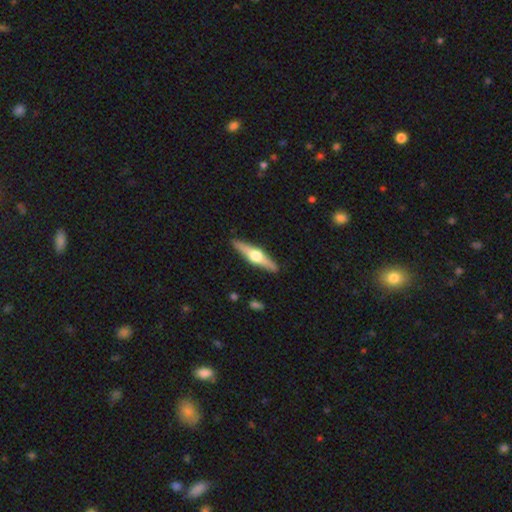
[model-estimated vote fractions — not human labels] A featured or disk galaxy (73%) viewed edge-on (97%) with a rounded central bulge (96%).

Vote fractions:
- Smooth or featured? featured or disk: 73% / smooth: 22% / star or artifact: 5%
- Edge-on disk? yes: 97% / no: 3%
- Edge-on bulge? rounded: 96% / boxy: 3% / none: 1%
- Merging? none: 91% / minor disturbance: 7% / major disturbance: 1% / merger: 1%